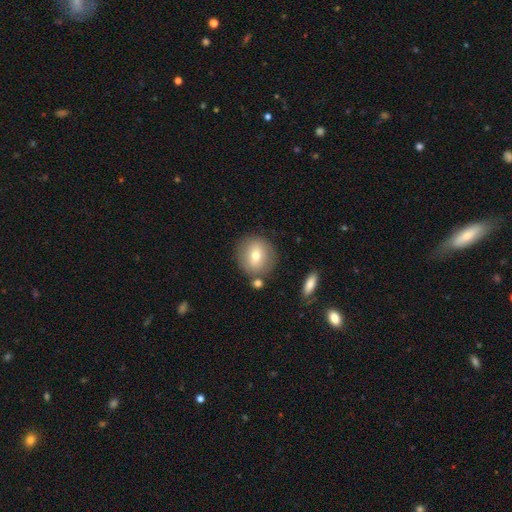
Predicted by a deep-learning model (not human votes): Smooth or featured: smooth — 71% (featured or disk — 21%)
How rounded: round — 85% (in between — 13%)
Merging: none — 77% (minor disturbance — 11%)